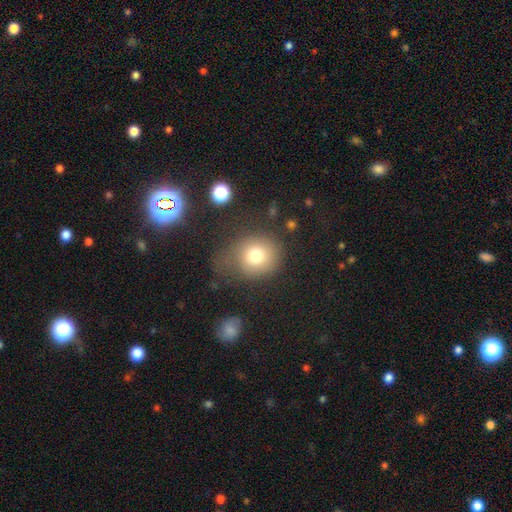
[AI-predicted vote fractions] This appears to be a smooth galaxy with no disk features (76%) that is round (80%). Merging: none (52%).